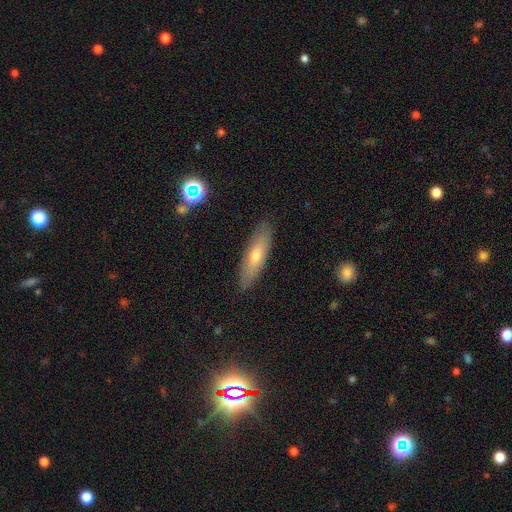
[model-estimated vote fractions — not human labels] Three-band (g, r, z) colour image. It shows a smooth galaxy with no disk features (59%) that is cigar-shaped (61%). Merging: none (86%).